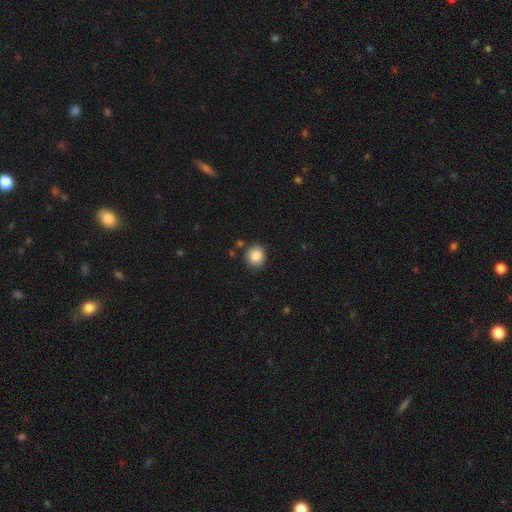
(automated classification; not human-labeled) smooth-or-featured: smooth: 87% | star or artifact: 9% | featured or disk: 5%
  how-rounded: round: 79% | in between: 20% | cigar-shaped: 1%
  merging: none: 84% | minor disturbance: 10% | merger: 3% | major disturbance: 3%